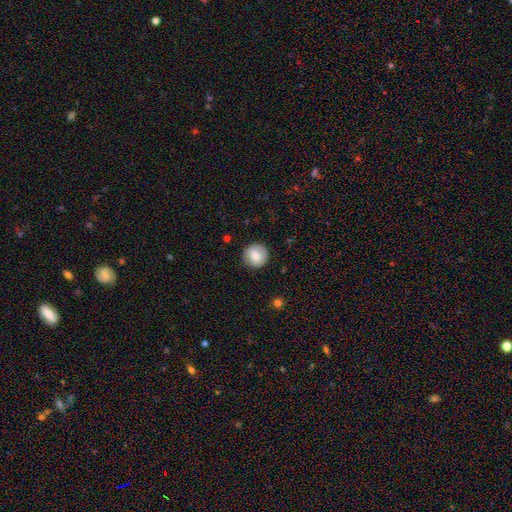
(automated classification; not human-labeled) Smooth or featured? Predicted: smooth (p=0.72). How rounded? Predicted: round (p=0.93). Merging? Predicted: none (p=0.86).